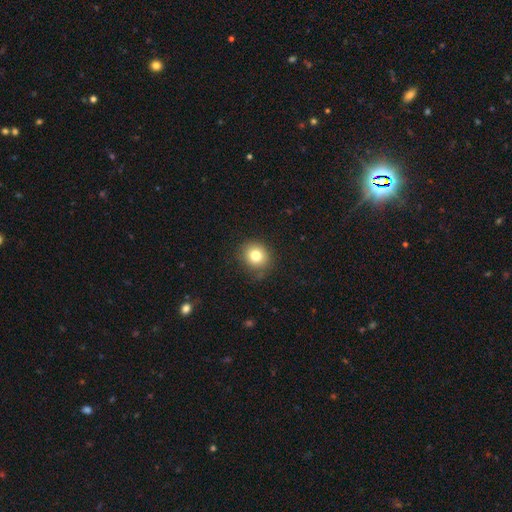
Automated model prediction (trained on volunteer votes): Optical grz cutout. It shows a smooth galaxy with no disk features (80%) that is round (85%). Merging: none (85%).